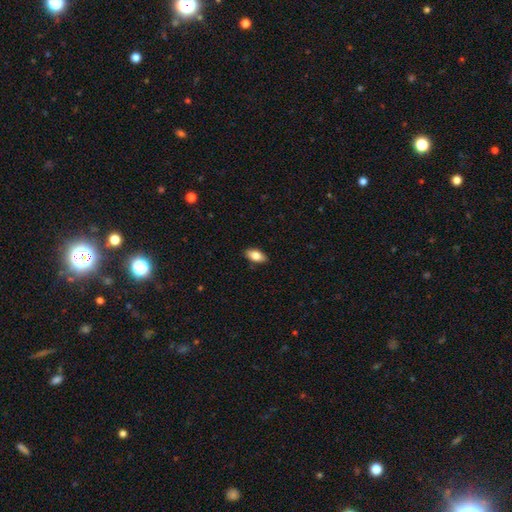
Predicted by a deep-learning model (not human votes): This is clearly a smooth galaxy (82%). How rounded: clearly in between (91%). Merging: clearly none (88%).